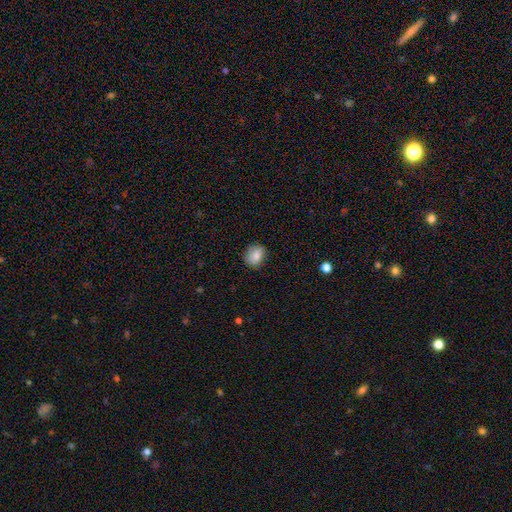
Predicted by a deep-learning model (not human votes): Smooth or featured? smooth (84%)
How rounded? round (55%)
Merging? none (77%)